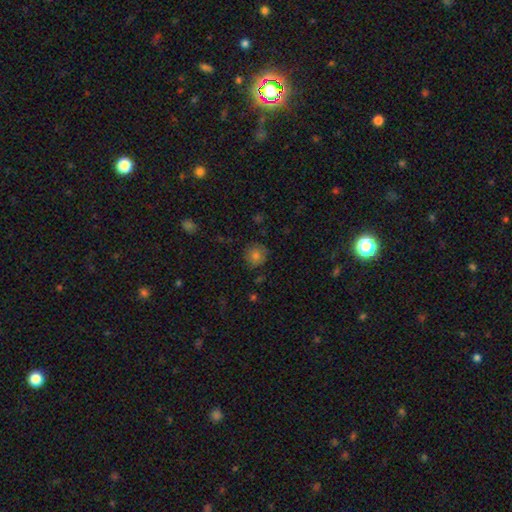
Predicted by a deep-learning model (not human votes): This appears to be a smooth galaxy with no disk features (79%) that is round (91%). Merging: none (82%).